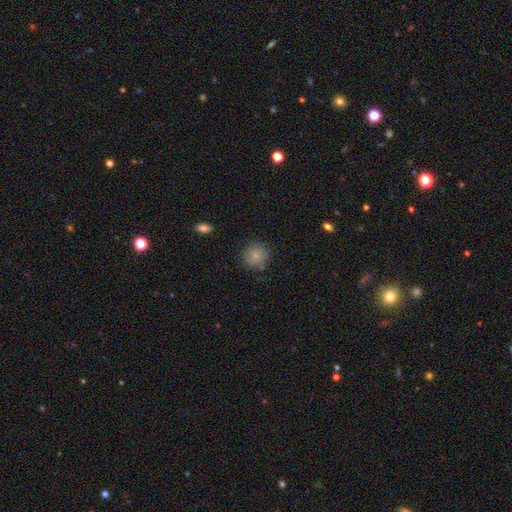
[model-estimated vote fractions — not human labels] Q: Smooth or featured?
A: smooth (83%); runner-up: star or artifact (9%)
Q: How rounded?
A: round (89%); runner-up: in between (10%)
Q: Merging?
A: none (79%); runner-up: minor disturbance (15%)